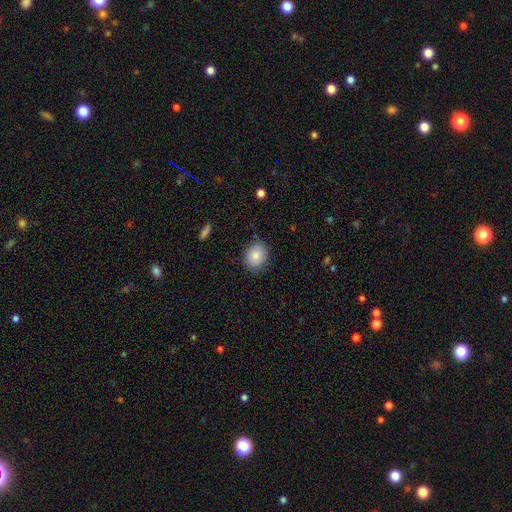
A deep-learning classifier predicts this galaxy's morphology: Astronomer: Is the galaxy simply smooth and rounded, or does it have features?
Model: smooth — 87%.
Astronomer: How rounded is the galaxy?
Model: in between — 52% (runner-up: round, 48%).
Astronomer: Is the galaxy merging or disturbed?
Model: none — 84%.